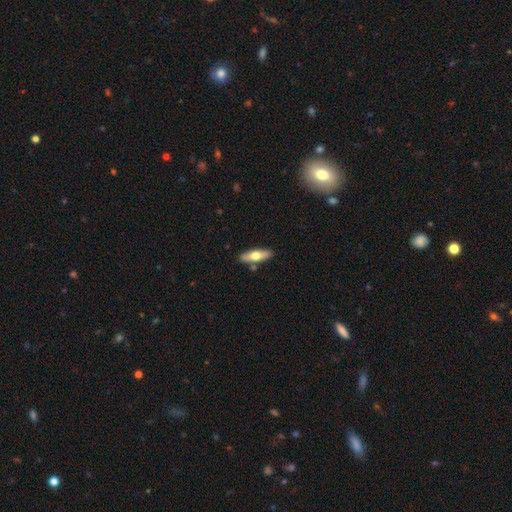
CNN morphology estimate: smooth_or_featured: smooth (p=0.55) [alt: featured or disk p=0.39]
how_rounded: cigar-shaped (p=0.51) [alt: in between p=0.47]
merging: none (p=0.84) [alt: minor disturbance p=0.10]